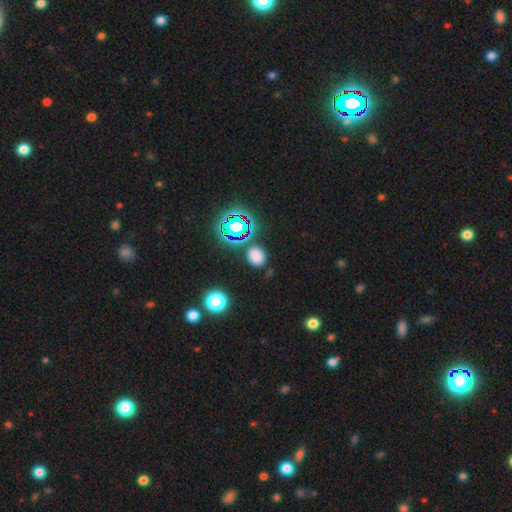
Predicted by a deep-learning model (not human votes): Smooth or featured? Predicted: smooth (p=0.70). How rounded? Predicted: round (p=0.59). Merging? Predicted: none (p=0.82).